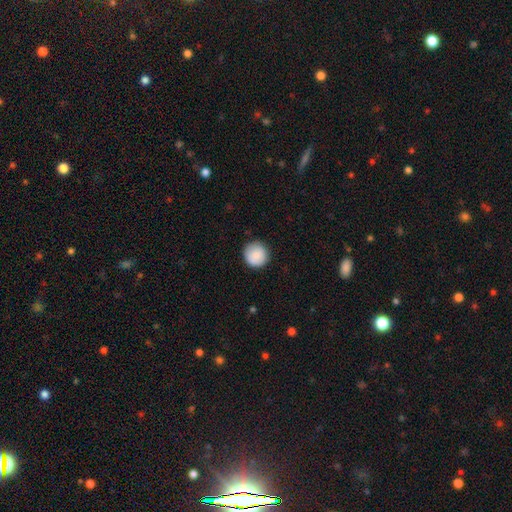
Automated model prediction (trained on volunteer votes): Smooth or featured?
  - smooth: 87% *
  - star or artifact: 7%
  - featured or disk: 7%
How rounded?
  - round: 95% *
  - in between: 4%
  - cigar-shaped: 1%
Merging?
  - none: 88% *
  - minor disturbance: 9%
  - major disturbance: 2%
  - merger: 1%